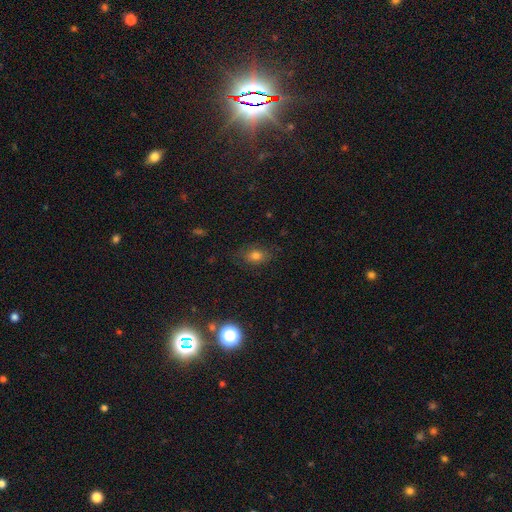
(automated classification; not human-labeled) The model was most divided on "how rounded": in between: 71%, round: 26%, cigar-shaped: 2%. More confident: merging — none (76%); smooth or featured — smooth (75%).